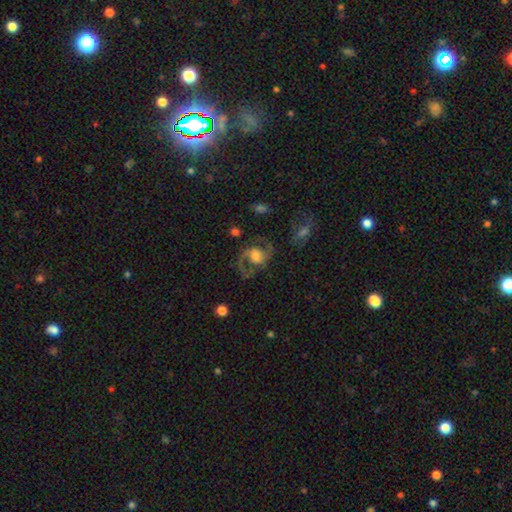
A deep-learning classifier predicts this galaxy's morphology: type=featured or disk (82%); edge-on=no (97%); bar=no (57%); spiral arms=yes (94%); winding=medium (54%); arm count=2 (88%); bulge=moderate (44%); merging=none (67%).